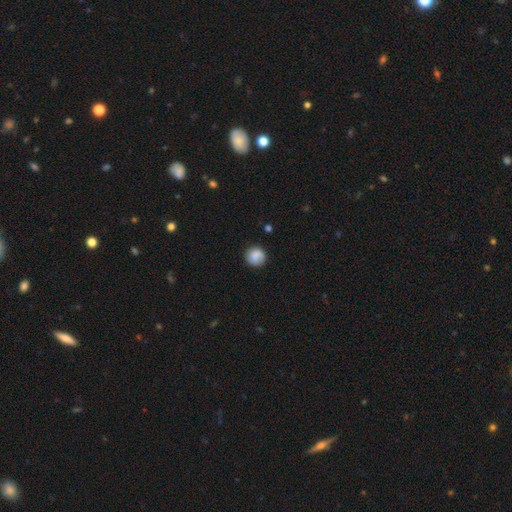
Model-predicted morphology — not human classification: smooth-or-featured: smooth: 82% | featured or disk: 10% | star or artifact: 8%
  how-rounded: round: 92% | in between: 7% | cigar-shaped: 1%
  merging: none: 84% | minor disturbance: 12% | major disturbance: 3% | merger: 1%